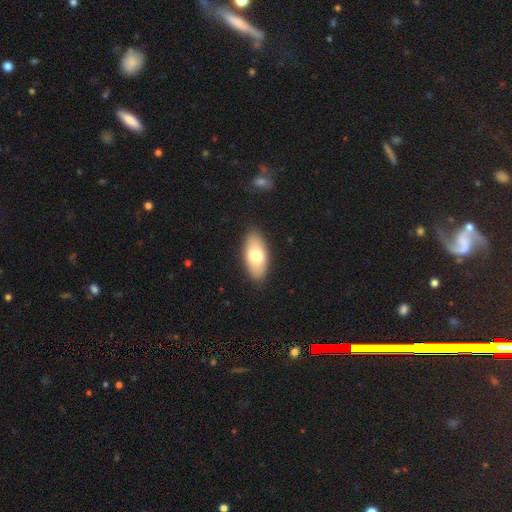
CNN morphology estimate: smooth_or_featured: smooth (p=0.73) [alt: featured or disk p=0.21]
how_rounded: in between (p=0.90) [alt: cigar-shaped p=0.07]
merging: none (p=0.87) [alt: minor disturbance p=0.09]